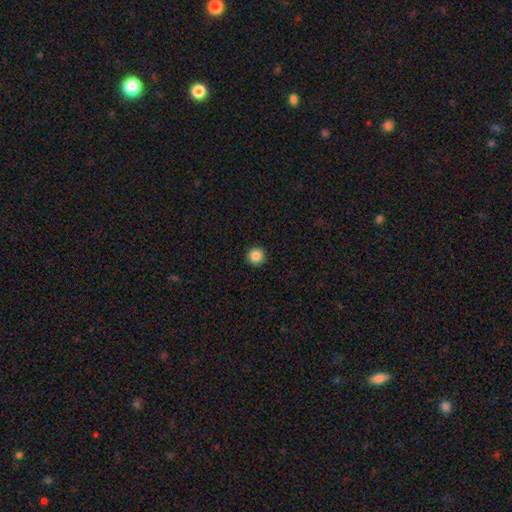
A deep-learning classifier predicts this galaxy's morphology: A smooth galaxy with no disk features (86%) that is round (96%). Merging: none (94%).